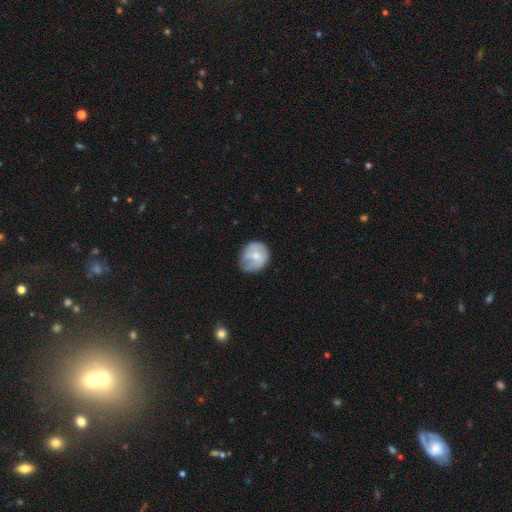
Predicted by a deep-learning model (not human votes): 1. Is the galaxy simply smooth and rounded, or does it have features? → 61% smooth, 32% featured or disk, 7% star or artifact.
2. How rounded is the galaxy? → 73% round, 26% in between, 1% cigar-shaped.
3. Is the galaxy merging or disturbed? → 54% none, 32% minor disturbance, 12% major disturbance, 2% merger.